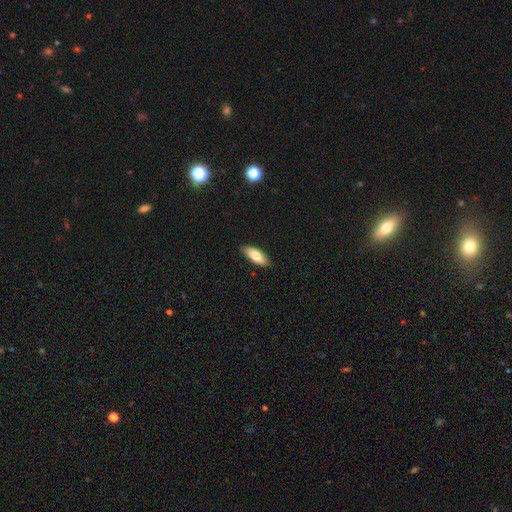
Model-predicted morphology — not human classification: smooth-or-featured: smooth: 78% | featured or disk: 16% | star or artifact: 6%
  how-rounded: in between: 72% | cigar-shaped: 26% | round: 2%
  merging: none: 87% | minor disturbance: 10% | major disturbance: 2% | merger: 1%